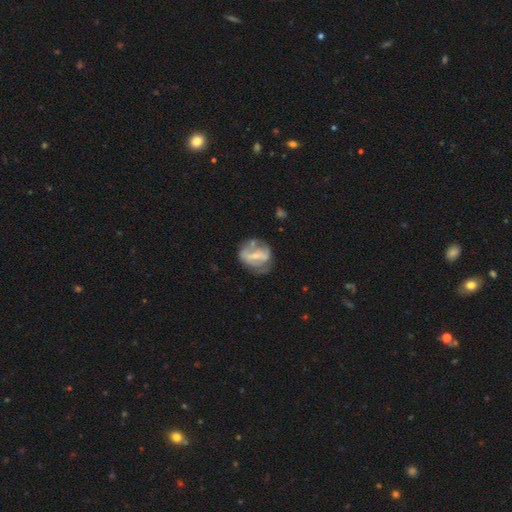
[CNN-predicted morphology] The model was most divided on "bar": weak: 38%, strong: 37%, no: 26%. Remaining: edge-on disk — no (96%); smooth or featured — featured or disk (68%); bulge size — small (57%); spiral arms — yes (54%); merging — none (46%).